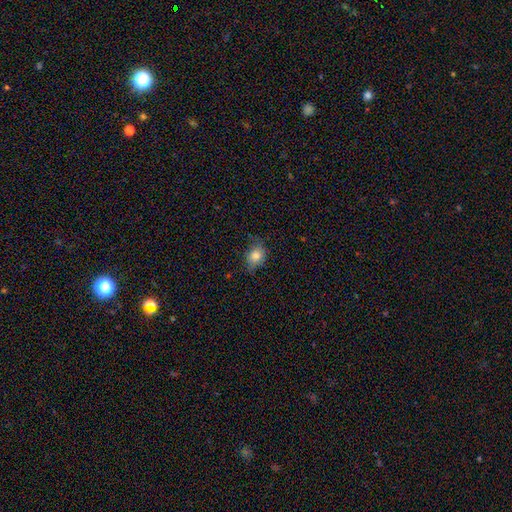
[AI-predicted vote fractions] smooth 79%, featured or disk 11%, star or artifact 10%. Down the decision tree: how rounded — in between (54%); merging — none (68%).